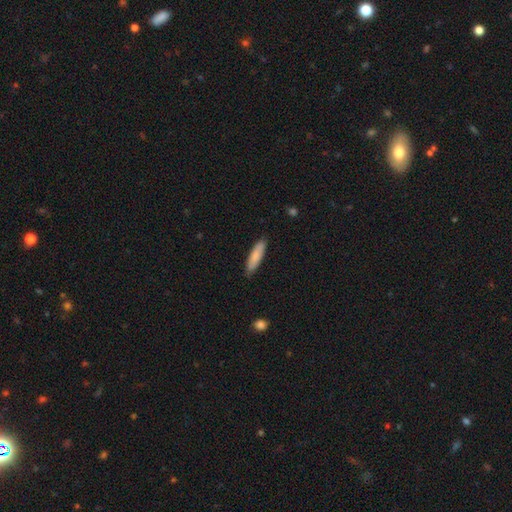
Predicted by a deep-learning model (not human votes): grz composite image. It shows a smooth galaxy with no disk features (83%) that is cigar-shaped (65%). Merging: none (84%).